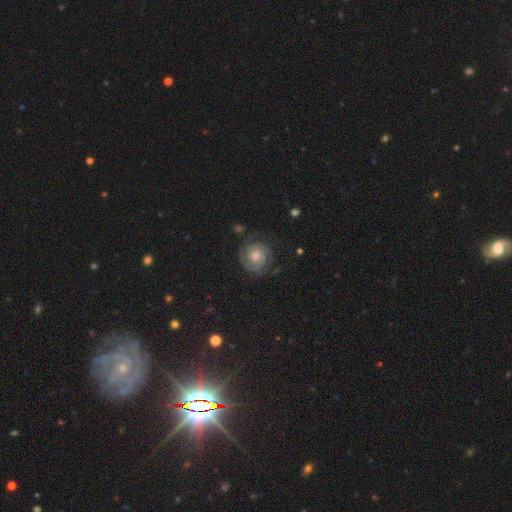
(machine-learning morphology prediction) smooth_or_featured: featured or disk (p=0.76) [alt: smooth p=0.15]
disk_edge_on: no (p=0.98) [alt: yes p=0.02]
bar: no (p=0.77) [alt: weak p=0.20]
has_spiral_arms: yes (p=0.94) [alt: no p=0.06]
spiral_winding: tight (p=0.73) [alt: medium p=0.22]
spiral_arm_count: 2 (p=0.64) [alt: can't tell p=0.16]
bulge_size: moderate (p=0.58) [alt: small p=0.28]
merging: none (p=0.78) [alt: minor disturbance p=0.14]